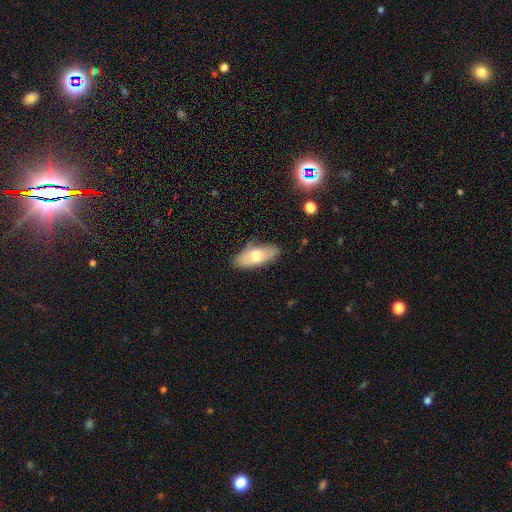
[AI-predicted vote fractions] A smooth galaxy with no disk features (68%) that is in between round and cigar-shaped (80%). Merging: none (78%).